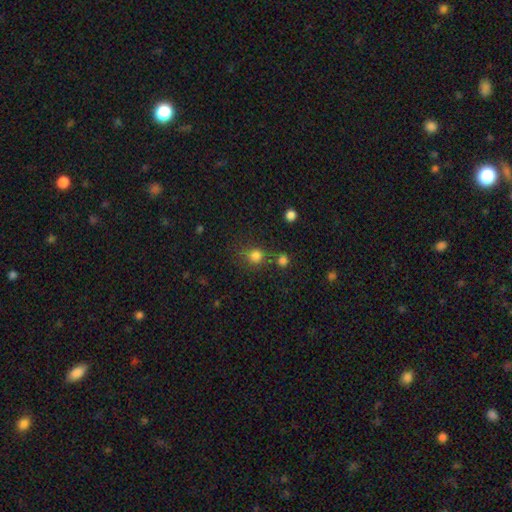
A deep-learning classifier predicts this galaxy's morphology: smooth-or-featured: smooth: 80% | star or artifact: 15% | featured or disk: 6%
  how-rounded: round: 87% | in between: 12% | cigar-shaped: 1%
  merging: none: 68% | merger: 13% | minor disturbance: 13% | major disturbance: 6%